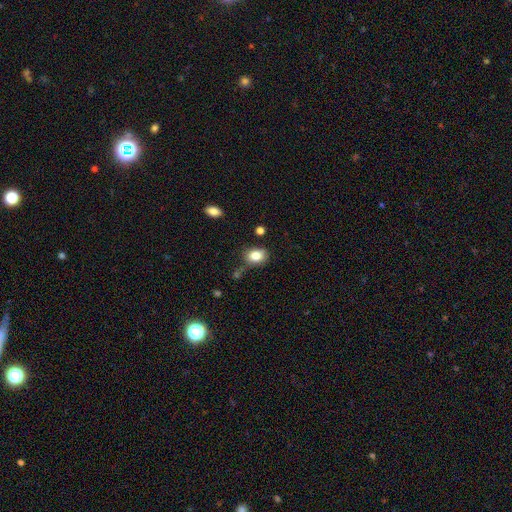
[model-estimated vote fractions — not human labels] Smooth or featured? smooth (82%)
How rounded? in between (59%)
Merging? none (68%)